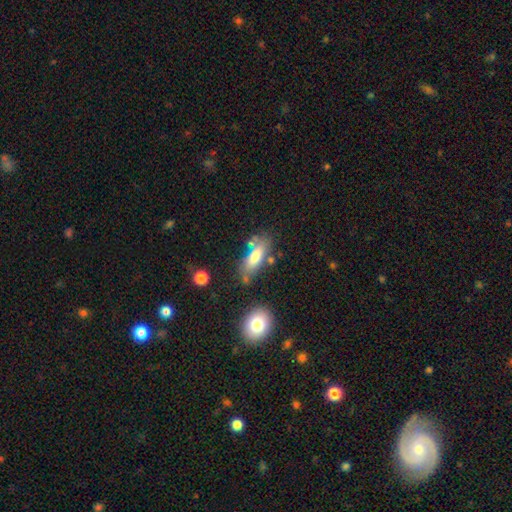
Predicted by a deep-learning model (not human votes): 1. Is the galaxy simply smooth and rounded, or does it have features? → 75% smooth, 17% featured or disk, 8% star or artifact.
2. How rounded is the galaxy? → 69% in between, 29% cigar-shaped, 2% round.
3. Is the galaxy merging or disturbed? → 67% none, 18% minor disturbance, 10% merger, 6% major disturbance.